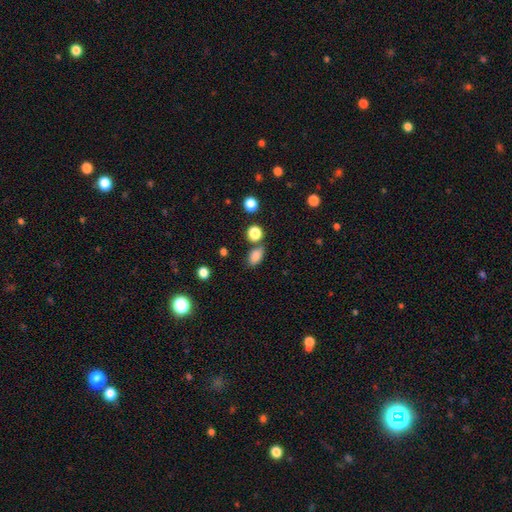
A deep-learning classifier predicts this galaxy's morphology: Smooth or featured? smooth (83%)
How rounded? in between (84%)
Merging? none (68%)